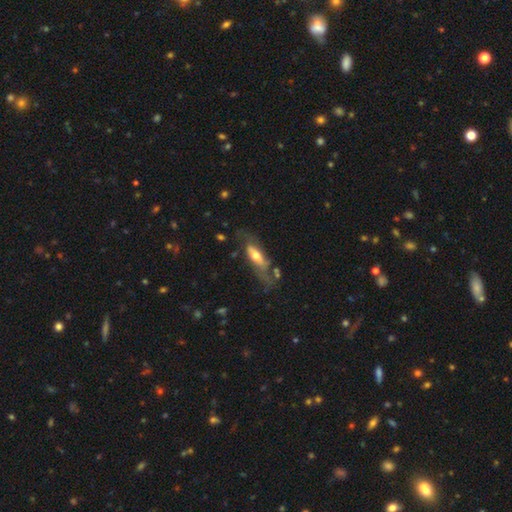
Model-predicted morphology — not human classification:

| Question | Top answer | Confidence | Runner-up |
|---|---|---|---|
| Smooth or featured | featured or disk | 50% | smooth (44%) |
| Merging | none | 44% | minor disturbance (25%) |